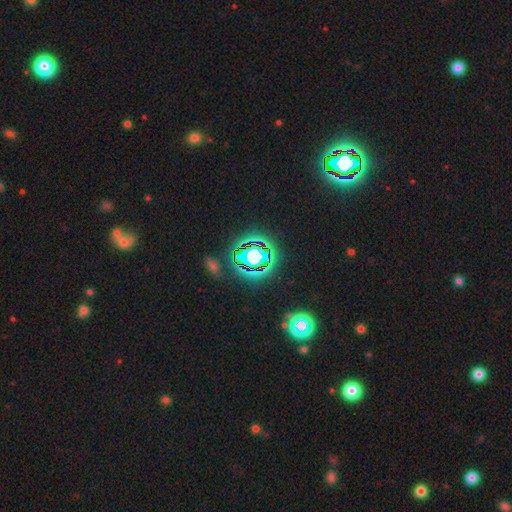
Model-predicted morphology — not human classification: star or artifact 75%, smooth 13%, featured or disk 12%.